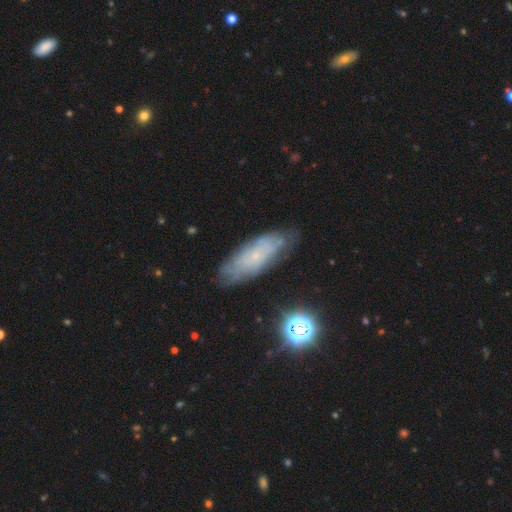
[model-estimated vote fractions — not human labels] The model was most divided on "smooth or featured": featured or disk: 54%, smooth: 35%, star or artifact: 10%. More confident: edge-on disk — no (81%); merging — none (74%).